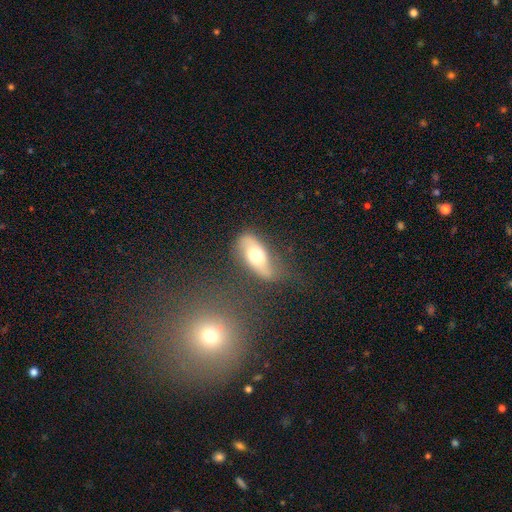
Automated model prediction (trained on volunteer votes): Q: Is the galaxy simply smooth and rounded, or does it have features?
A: featured or disk — 55%.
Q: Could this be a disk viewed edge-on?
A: no — 85%.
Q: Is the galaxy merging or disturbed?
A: none — 62%.